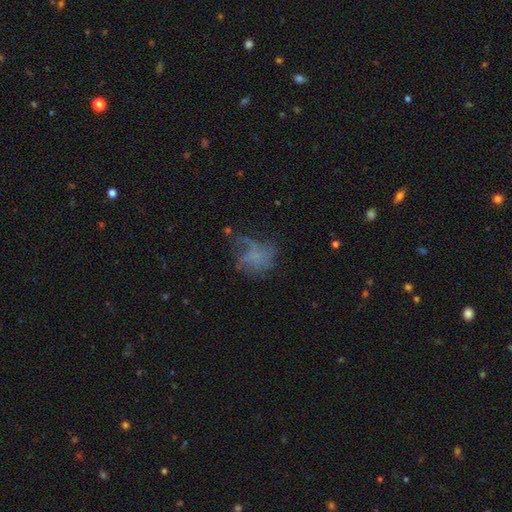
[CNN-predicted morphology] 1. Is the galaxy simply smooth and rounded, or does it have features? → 46% featured or disk, 35% smooth, 18% star or artifact.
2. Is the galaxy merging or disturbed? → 39% major disturbance, 38% none, 20% minor disturbance, 3% merger.